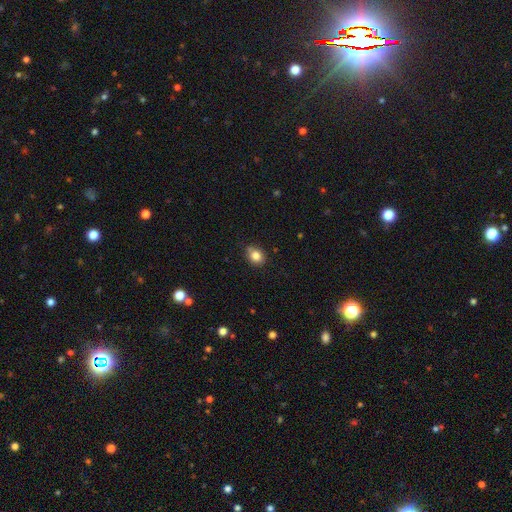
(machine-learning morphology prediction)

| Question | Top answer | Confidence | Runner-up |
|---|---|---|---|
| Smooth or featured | smooth | 83% | star or artifact (10%) |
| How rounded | round | 60% | in between (39%) |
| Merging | none | 75% | minor disturbance (20%) |